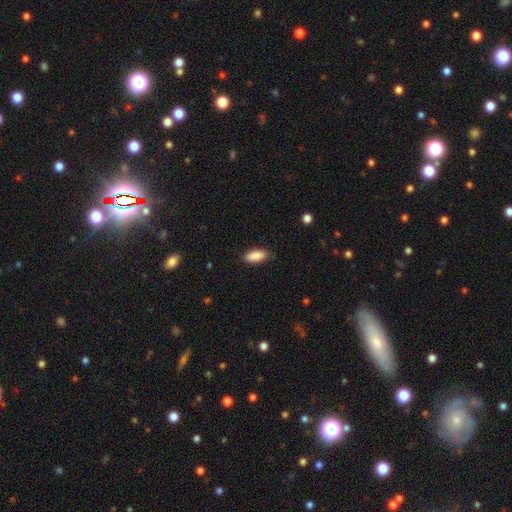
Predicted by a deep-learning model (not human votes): smooth_or_featured: smooth (p=0.89) [alt: star or artifact p=0.06]
how_rounded: in between (p=0.83) [alt: cigar-shaped p=0.15]
merging: none (p=0.83) [alt: minor disturbance p=0.13]